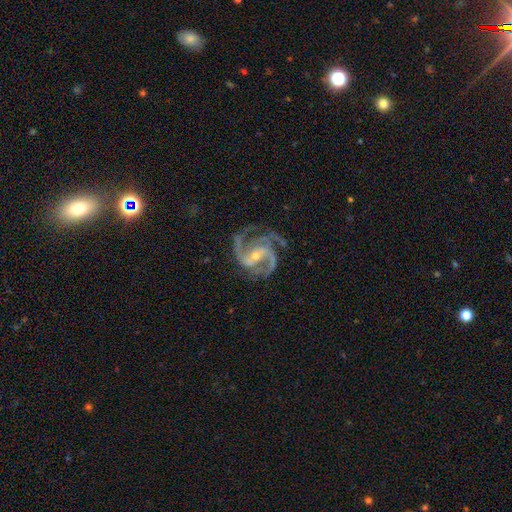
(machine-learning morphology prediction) Q: Smooth or featured?
A: featured or disk (93%); runner-up: star or artifact (5%)
Q: Edge-on disk?
A: no (98%); runner-up: yes (2%)
Q: Bar?
A: weak (37%); runner-up: strong (33%)
Q: Spiral arms?
A: yes (99%); runner-up: no (1%)
Q: Spiral winding?
A: medium (61%); runner-up: tight (27%)
Q: Spiral arm count?
A: 3 (51%); runner-up: 2 (27%)
Q: Bulge size?
A: small (66%); runner-up: moderate (31%)
Q: Merging?
A: none (70%); runner-up: minor disturbance (18%)